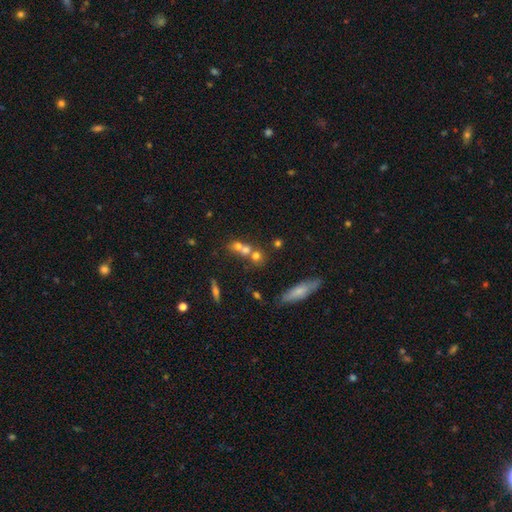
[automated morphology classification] smooth_or_featured: smooth (p=0.62) [alt: featured or disk p=0.21]
how_rounded: round (p=0.72) [alt: in between p=0.22]
merging: merger (p=0.54) [alt: none p=0.35]